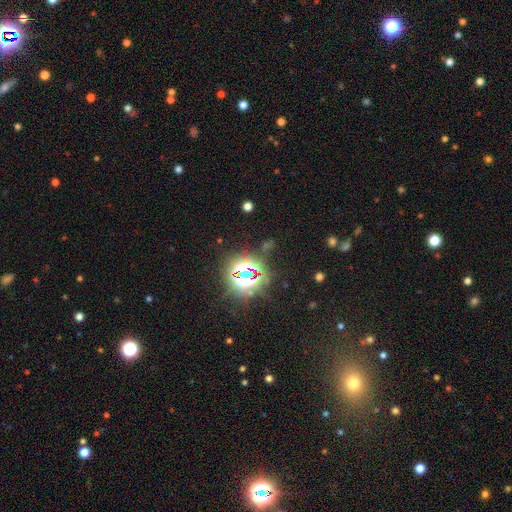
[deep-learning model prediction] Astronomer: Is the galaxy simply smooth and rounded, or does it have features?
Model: star or artifact — 77%.